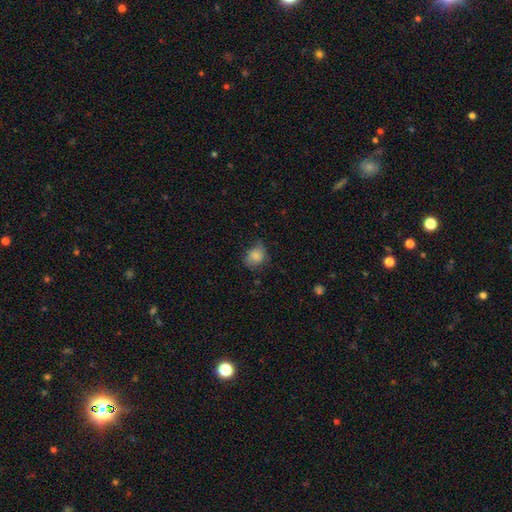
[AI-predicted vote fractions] Overall: smooth (81%). How rounded: round (50%; in between 49%). Merging: none (59%; minor disturbance 30%).